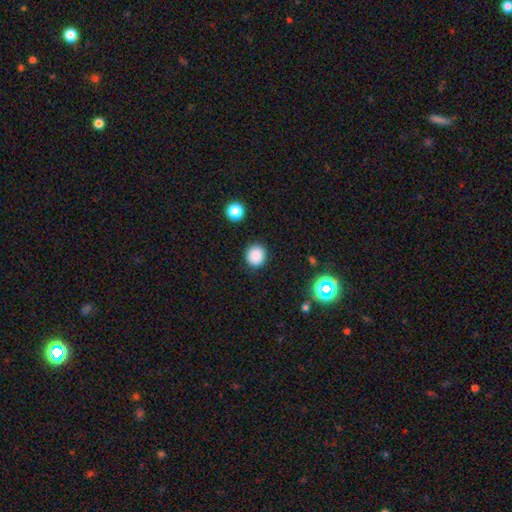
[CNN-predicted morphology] Smooth or featured? smooth (86%)
How rounded? round (85%)
Merging? none (89%)